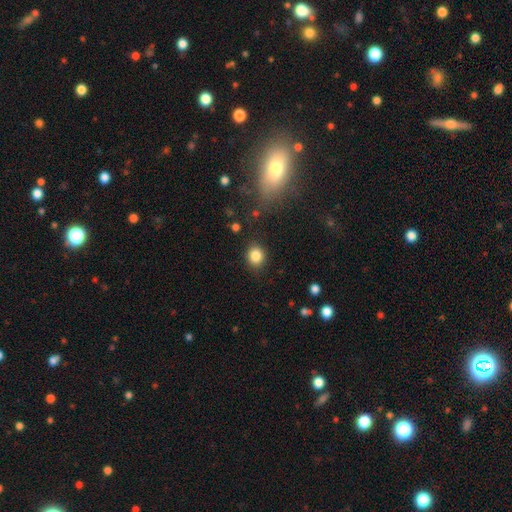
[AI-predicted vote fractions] Smooth or featured?
  - smooth: 85% *
  - star or artifact: 10%
  - featured or disk: 5%
How rounded?
  - round: 70% *
  - in between: 29%
  - cigar-shaped: 1%
Merging?
  - none: 87% *
  - minor disturbance: 8%
  - major disturbance: 3%
  - merger: 2%